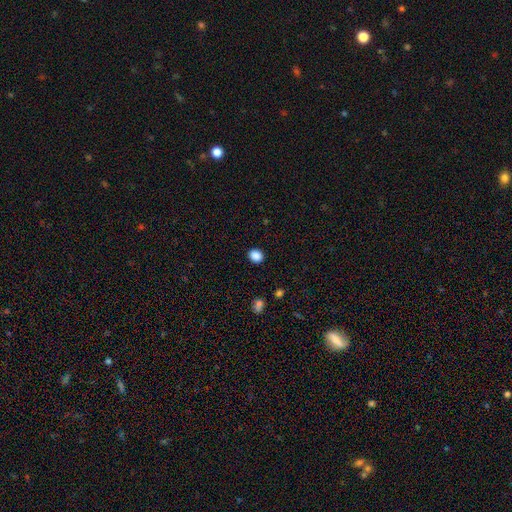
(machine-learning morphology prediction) Smooth or featured?
  - smooth: 88% *
  - star or artifact: 9%
  - featured or disk: 2%
How rounded?
  - round: 66% *
  - in between: 33%
  - cigar-shaped: 1%
Merging?
  - none: 91% *
  - minor disturbance: 6%
  - major disturbance: 2%
  - merger: 1%